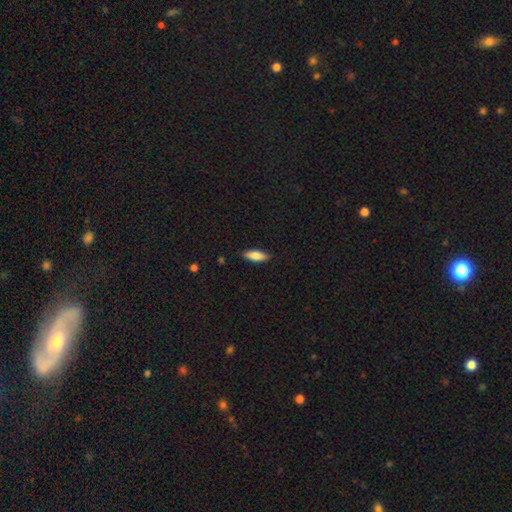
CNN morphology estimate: Overall: smooth (83%). How rounded: in between (65%; cigar-shaped 33%). Merging: none (88%).